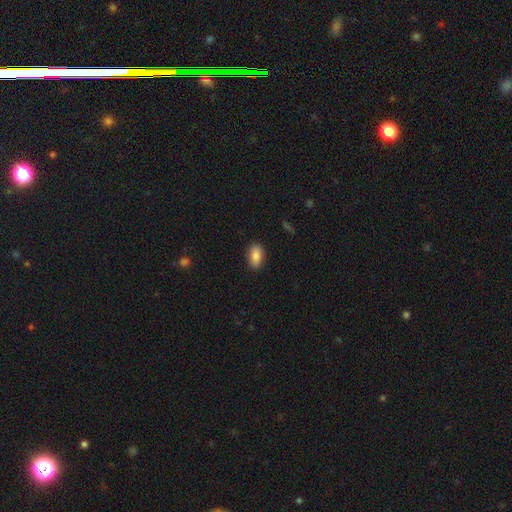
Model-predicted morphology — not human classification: smooth 84%, featured or disk 9%, star or artifact 7%. Down the decision tree: how rounded — in between (89%); merging — none (87%).